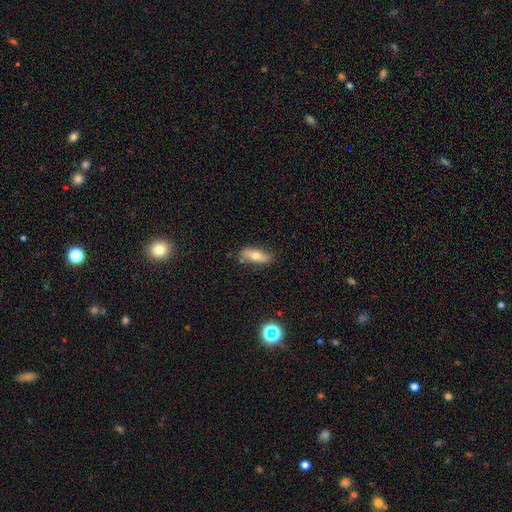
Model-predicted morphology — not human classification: Overall: smooth (69%). How rounded: in between (70%). Merging: none (80%).